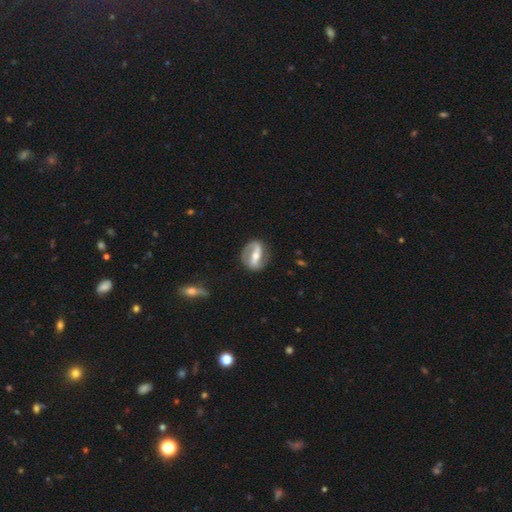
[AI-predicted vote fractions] Smooth or featured: featured or disk — 78% (smooth — 17%)
Edge-on disk: no — 92% (yes — 8%)
Bar: strong — 65% (weak — 22%)
Spiral arms: yes — 79% (no — 21%)
Spiral winding: medium — 38% (loose — 35%)
Spiral arm count: 2 — 81% (1 — 9%)
Bulge size: moderate — 58% (small — 36%)
Merging: none — 77% (minor disturbance — 15%)